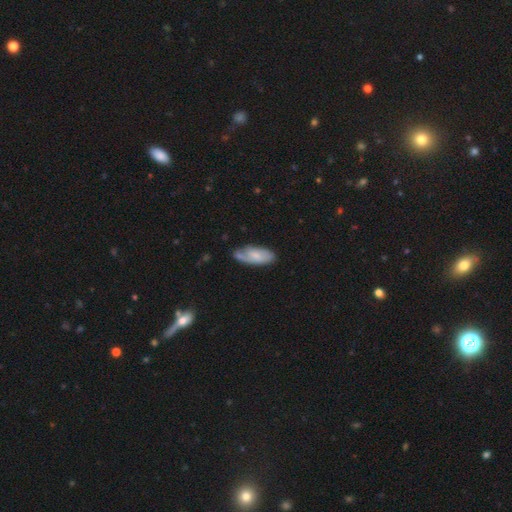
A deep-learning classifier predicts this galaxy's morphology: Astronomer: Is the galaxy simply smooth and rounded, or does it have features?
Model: smooth — 58% (runner-up: featured or disk, 36%).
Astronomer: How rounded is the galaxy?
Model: in between — 81%.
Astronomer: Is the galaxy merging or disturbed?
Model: none — 58%.